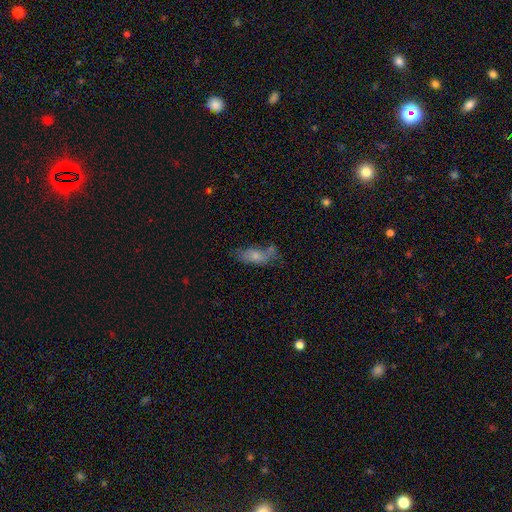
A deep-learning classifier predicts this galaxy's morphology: Smooth or featured? Predicted: smooth (p=0.53). How rounded? Predicted: in between (p=0.65). Merging? Predicted: none (p=0.52).